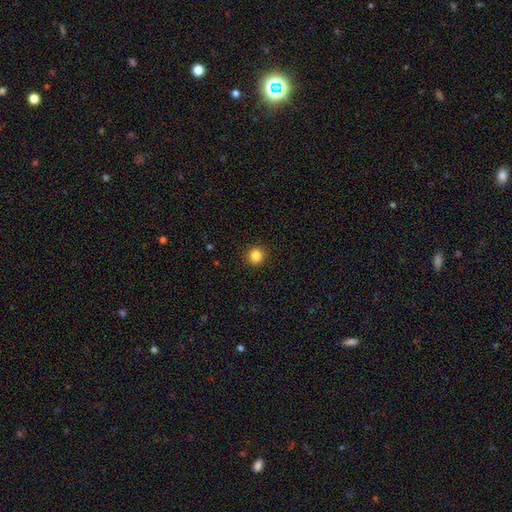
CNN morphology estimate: Overall: smooth (85%). How rounded: round (94%). Merging: none (93%).